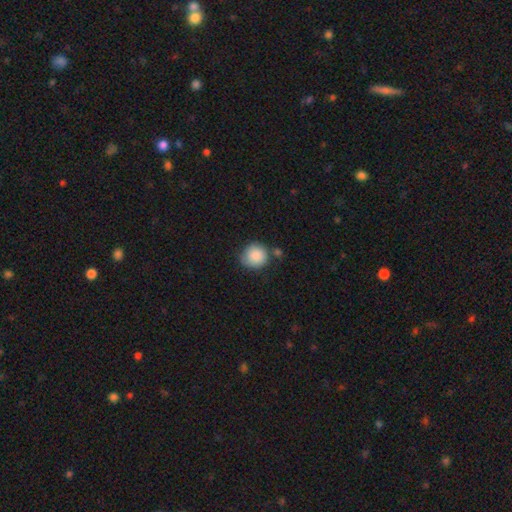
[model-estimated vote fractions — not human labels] Overall: smooth (88%). How rounded: round (89%). Merging: none (66%).